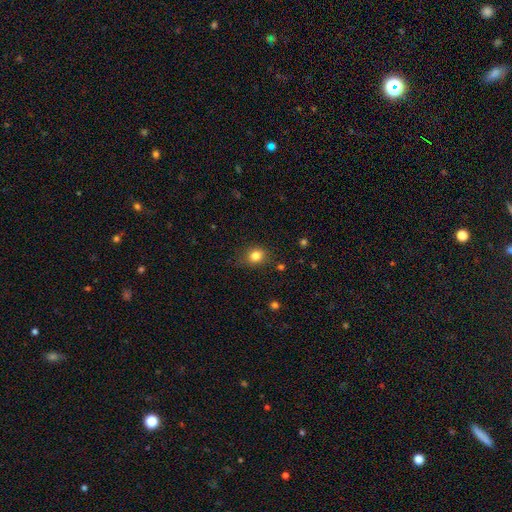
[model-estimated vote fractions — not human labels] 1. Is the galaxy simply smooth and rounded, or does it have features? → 82% smooth, 12% star or artifact, 6% featured or disk.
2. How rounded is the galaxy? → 61% round, 38% in between, 1% cigar-shaped.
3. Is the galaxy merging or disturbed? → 78% none, 16% minor disturbance, 4% major disturbance, 2% merger.